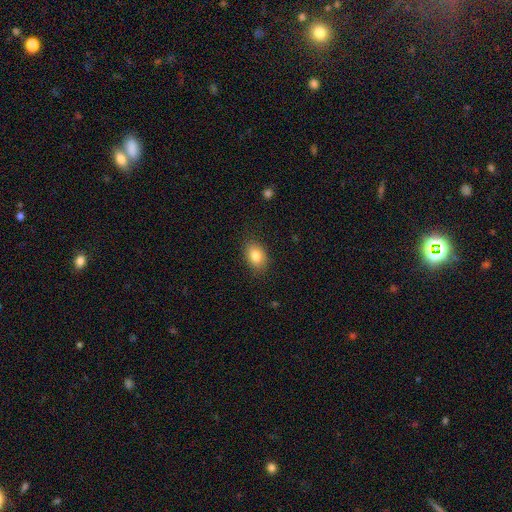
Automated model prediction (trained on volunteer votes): This is clearly a smooth galaxy (82%). How rounded: clearly in between (82%). Merging: clearly none (84%).